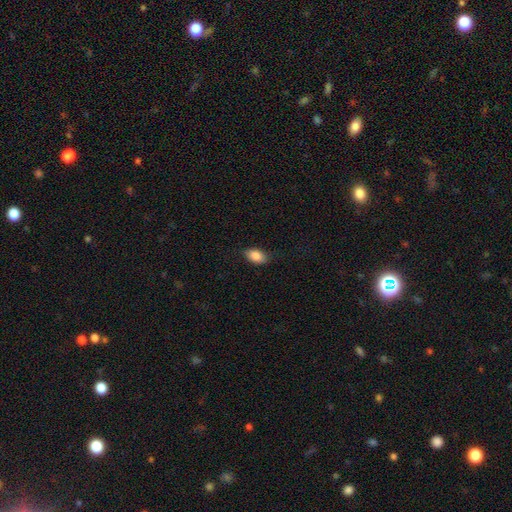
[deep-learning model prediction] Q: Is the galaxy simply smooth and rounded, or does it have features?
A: smooth — 87%.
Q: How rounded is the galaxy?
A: in between — 89%.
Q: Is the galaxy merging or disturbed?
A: none — 81%.